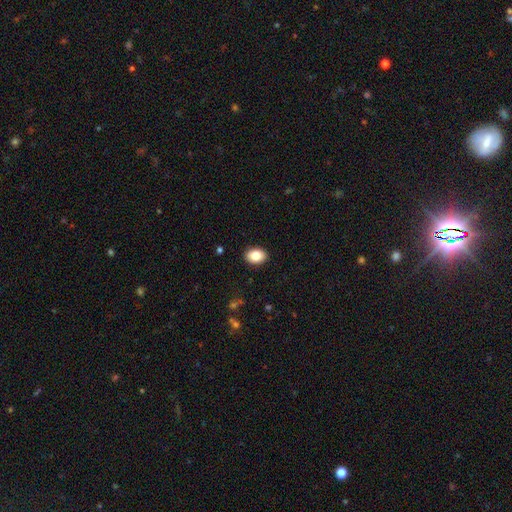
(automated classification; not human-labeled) Smooth or featured? smooth (84%)
How rounded? in between (74%)
Merging? none (91%)